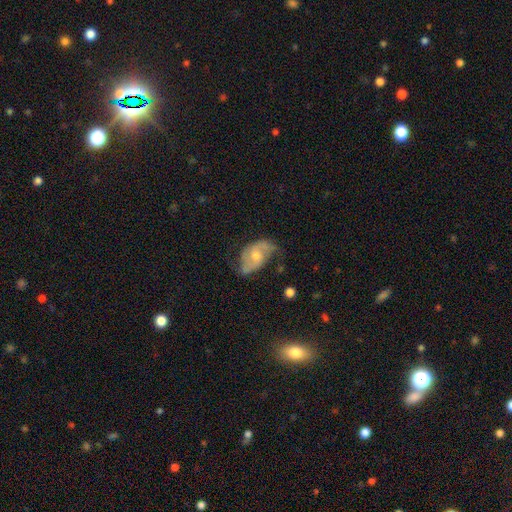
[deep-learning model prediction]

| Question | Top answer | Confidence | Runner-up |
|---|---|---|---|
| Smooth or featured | featured or disk | 68% | smooth (25%) |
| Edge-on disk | no | 96% | yes (4%) |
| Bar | no | 58% | weak (36%) |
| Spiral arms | yes | 88% | no (12%) |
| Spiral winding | medium | 46% | loose (36%) |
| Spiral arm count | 2 | 83% | can't tell (10%) |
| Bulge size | moderate | 56% | small (33%) |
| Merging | none | 51% | minor disturbance (32%) |